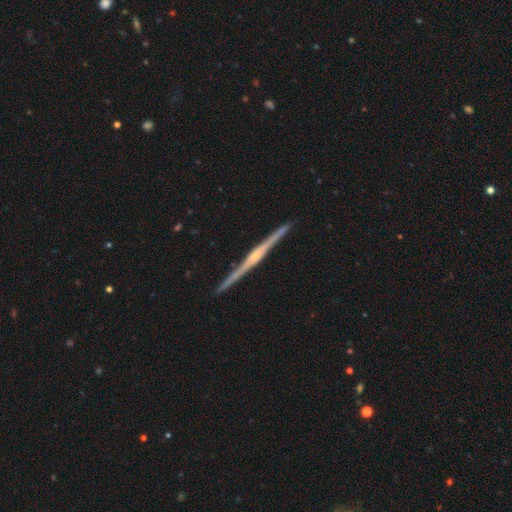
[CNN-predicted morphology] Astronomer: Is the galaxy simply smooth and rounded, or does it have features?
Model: featured or disk — 88%.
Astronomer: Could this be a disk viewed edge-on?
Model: yes — 99%.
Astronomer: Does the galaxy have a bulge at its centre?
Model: rounded — 75%.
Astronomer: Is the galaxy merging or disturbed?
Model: none — 92%.